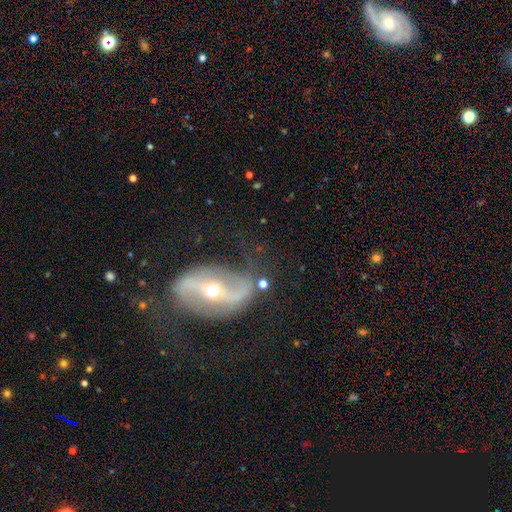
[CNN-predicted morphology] type=featured or disk (80%); edge-on=no (93%); bar=strong (42%); spiral arms=yes (83%); winding=medium (41%); arm count=2 (86%); bulge=moderate (59%); merging=none (66%).